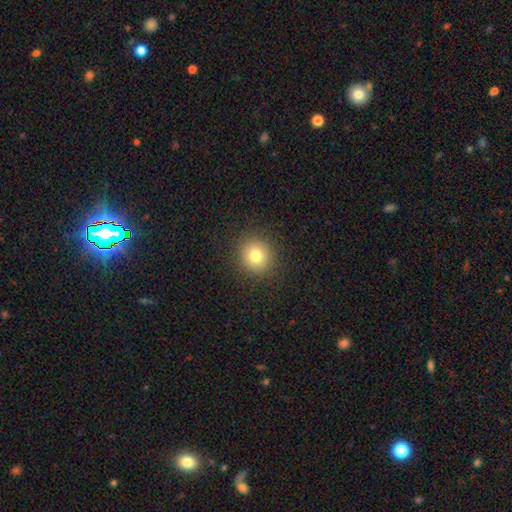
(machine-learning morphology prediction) A smooth galaxy with no disk features (78%) that is round (92%). Merging: none (90%).